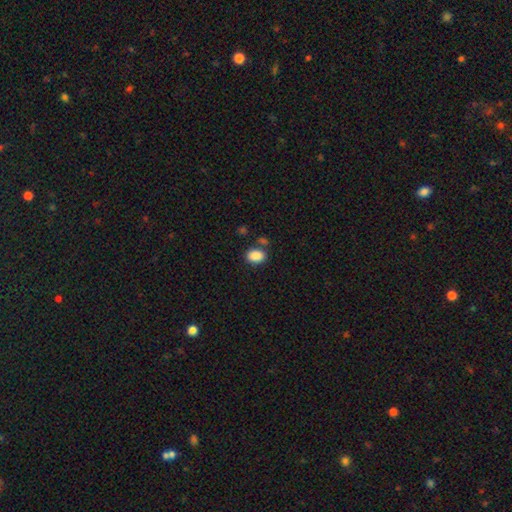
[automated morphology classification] A smooth galaxy with no disk features (88%) that is in between round and cigar-shaped (80%).

Vote fractions:
- Smooth or featured? smooth: 88% / star or artifact: 9% / featured or disk: 3%
- How rounded? in between: 80% / round: 19% / cigar-shaped: 1%
- Merging? none: 72% / minor disturbance: 13% / merger: 11% / major disturbance: 4%